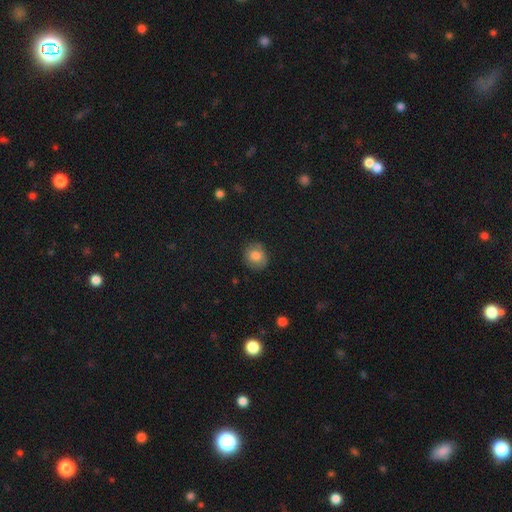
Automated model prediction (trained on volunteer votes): Smooth or featured?
  - smooth: 79% *
  - featured or disk: 12%
  - star or artifact: 9%
How rounded?
  - round: 73% *
  - in between: 26%
  - cigar-shaped: 1%
Merging?
  - none: 80% *
  - minor disturbance: 15%
  - major disturbance: 3%
  - merger: 2%